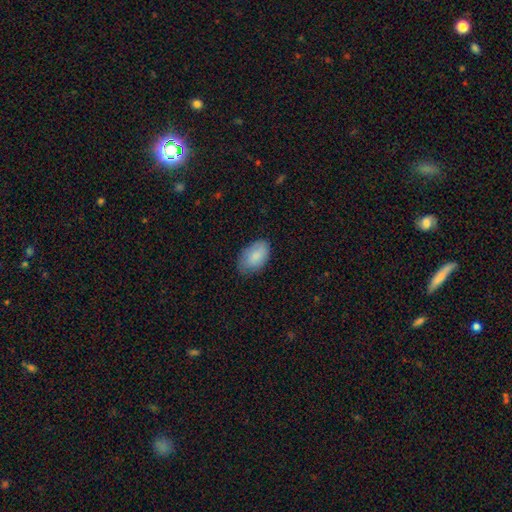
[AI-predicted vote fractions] smooth 86%, featured or disk 7%, star or artifact 6%. Down the decision tree: how rounded — in between (93%); merging — none (73%).